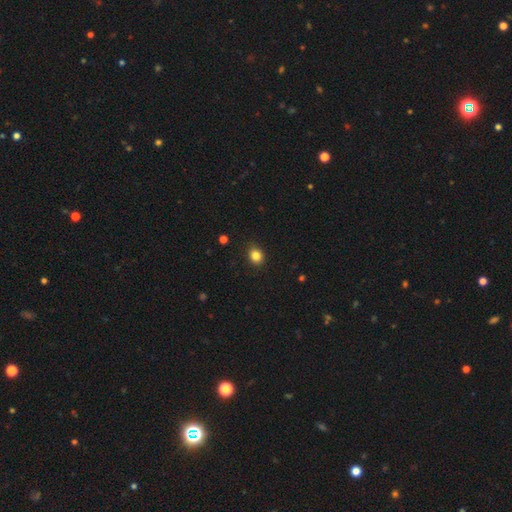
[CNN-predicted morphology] A smooth galaxy with no disk features (84%) that is round (66%).

Vote fractions:
- Smooth or featured? smooth: 84% / star or artifact: 11% / featured or disk: 5%
- How rounded? round: 66% / in between: 33% / cigar-shaped: 1%
- Merging? none: 89% / minor disturbance: 8% / major disturbance: 2% / merger: 1%